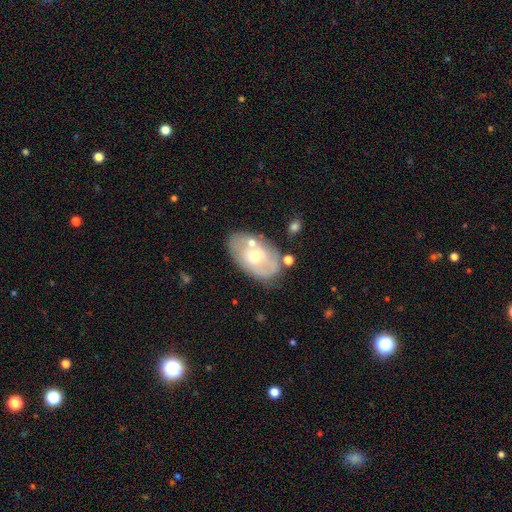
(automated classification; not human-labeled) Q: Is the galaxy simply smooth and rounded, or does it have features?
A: featured or disk — 53%.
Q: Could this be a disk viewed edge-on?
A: no — 92%.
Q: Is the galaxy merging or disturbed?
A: none — 65%.